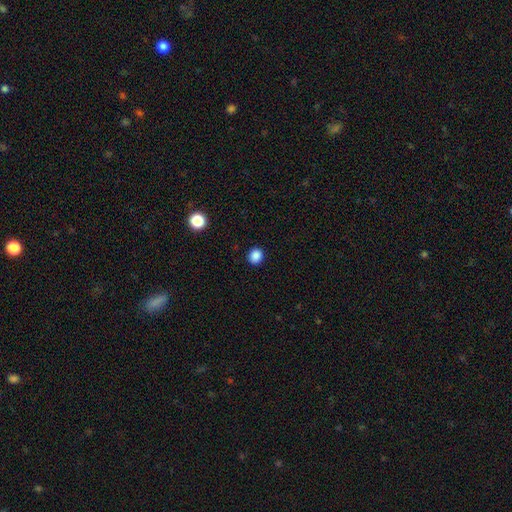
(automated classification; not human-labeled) Morphology: type=smooth (87%); roundness=round (79%); merging=none (91%).